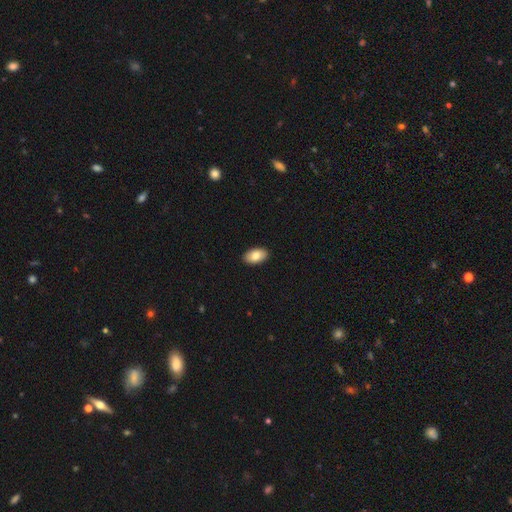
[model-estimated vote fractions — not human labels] smooth-or-featured: smooth: 84% | featured or disk: 10% | star or artifact: 6%
  how-rounded: in between: 94% | round: 4% | cigar-shaped: 2%
  merging: none: 91% | minor disturbance: 6% | major disturbance: 1% | merger: 1%